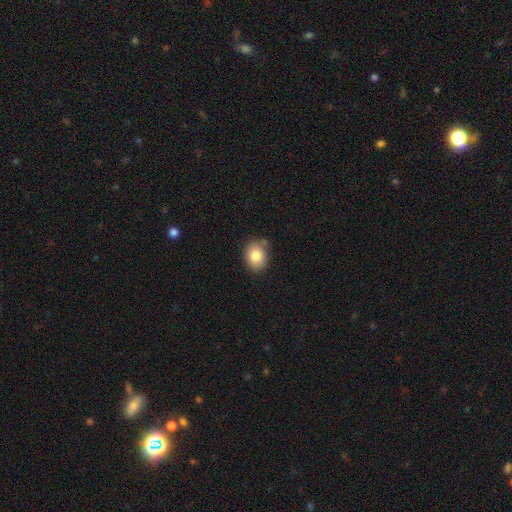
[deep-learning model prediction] smooth_or_featured: smooth (p=0.81) [alt: featured or disk p=0.10]
how_rounded: in between (p=0.51) [alt: round p=0.48]
merging: none (p=0.79) [alt: minor disturbance p=0.14]